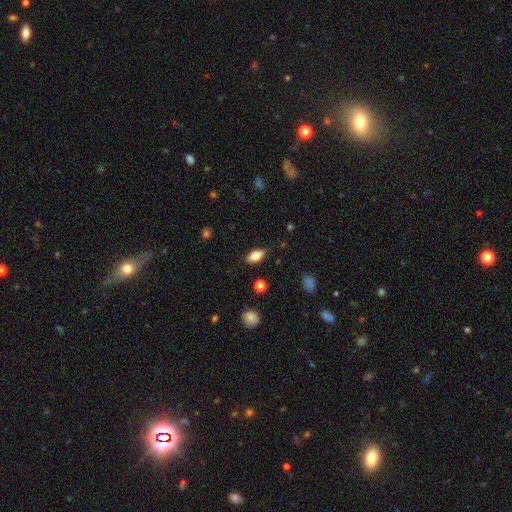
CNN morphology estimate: This is clearly a smooth galaxy (81%). How rounded: clearly in between (88%). Merging: clearly none (86%).